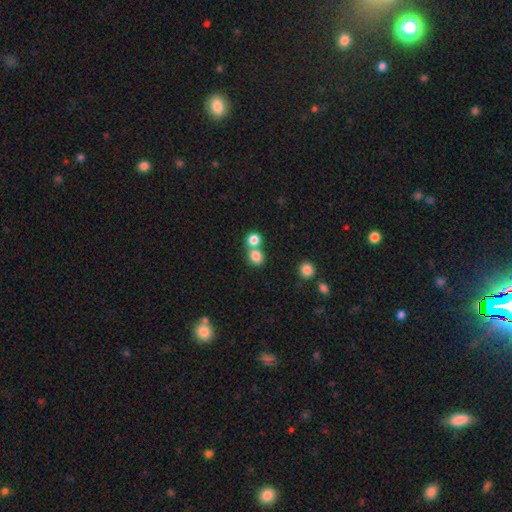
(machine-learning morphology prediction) Smooth or featured? smooth (82%)
How rounded? round (72%)
Merging? none (50%)